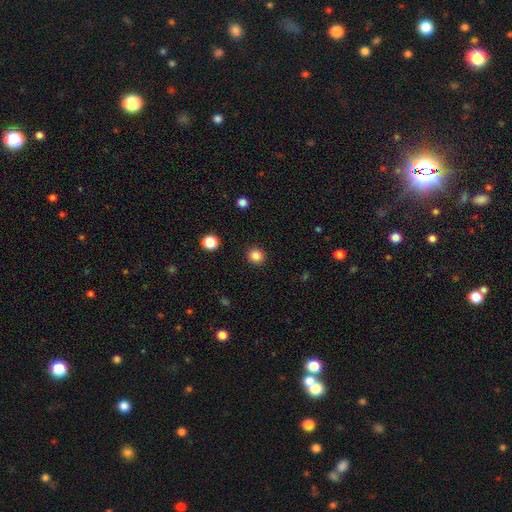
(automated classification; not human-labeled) Q: Smooth or featured?
A: smooth (85%); runner-up: star or artifact (12%)
Q: How rounded?
A: round (89%); runner-up: in between (10%)
Q: Merging?
A: none (91%); runner-up: minor disturbance (6%)